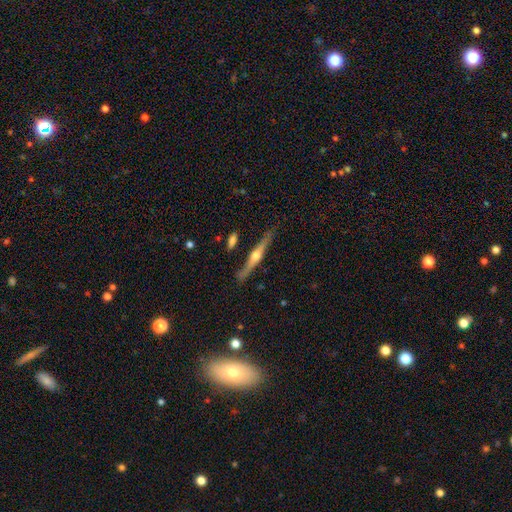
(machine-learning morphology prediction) type=featured or disk (74%); edge-on=yes (97%); edge-on bulge=rounded (93%); merging=none (84%).